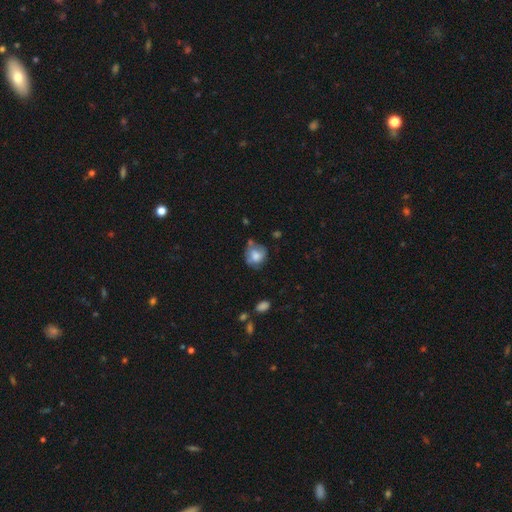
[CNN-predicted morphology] Q: Smooth or featured?
A: smooth (66%); runner-up: featured or disk (25%)
Q: How rounded?
A: round (72%); runner-up: in between (27%)
Q: Merging?
A: none (49%); runner-up: minor disturbance (31%)